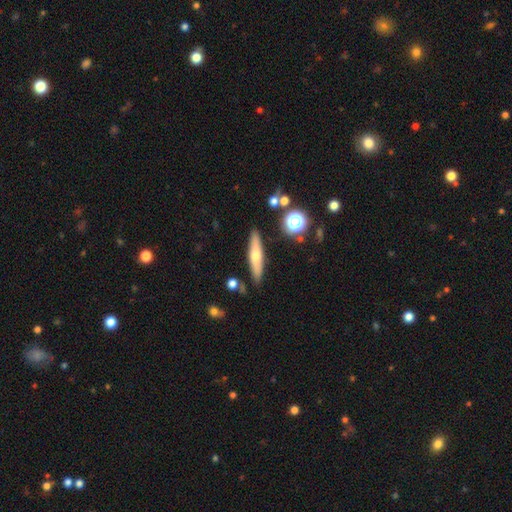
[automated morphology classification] The model was most divided on "smooth or featured": smooth: 53%, featured or disk: 40%, star or artifact: 7%. More confident: merging — none (86%); how rounded — cigar-shaped (80%).